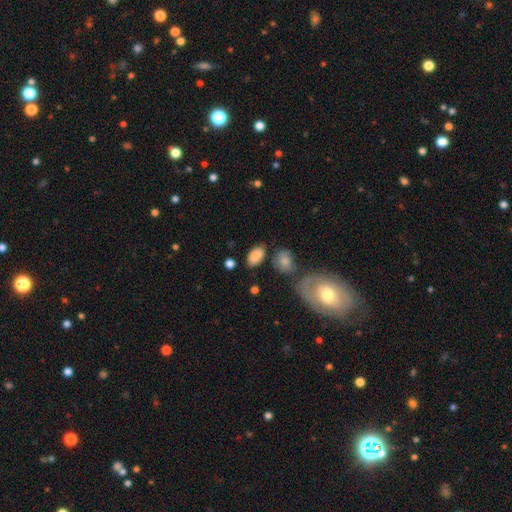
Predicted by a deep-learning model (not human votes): smooth_or_featured: smooth (p=0.85) [alt: featured or disk p=0.08]
how_rounded: in between (p=0.92) [alt: round p=0.06]
merging: none (p=0.73) [alt: minor disturbance p=0.16]